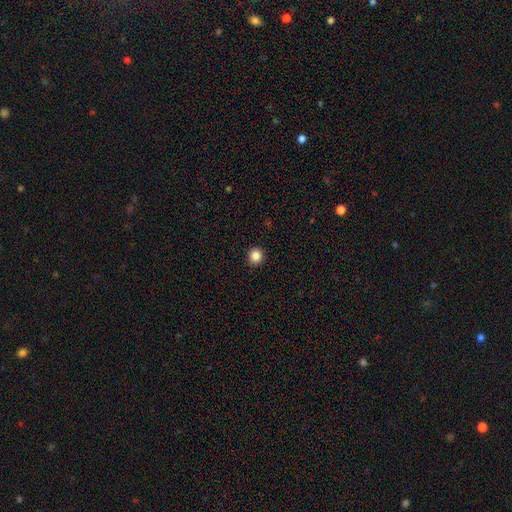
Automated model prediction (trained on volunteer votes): Morphology: type=smooth (86%); roundness=round (89%); merging=none (92%).